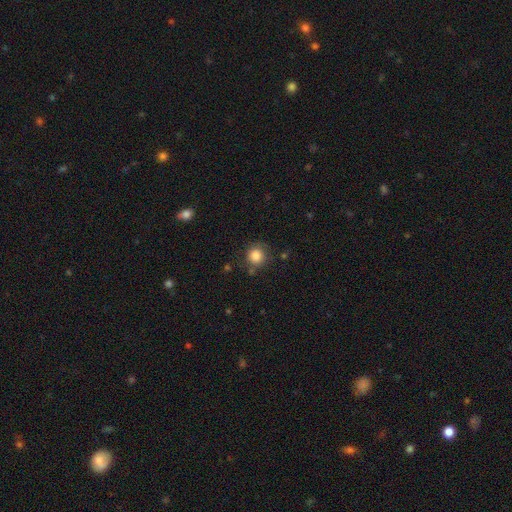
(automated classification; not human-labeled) Smooth or featured? Predicted: smooth (p=0.85). How rounded? Predicted: round (p=0.91). Merging? Predicted: none (p=0.77).